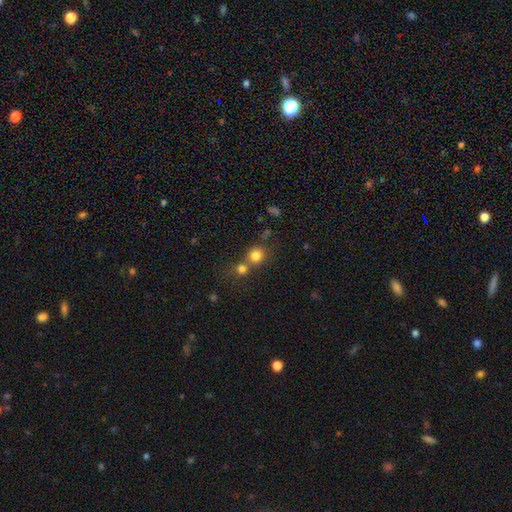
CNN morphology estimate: Smooth or featured? Predicted: smooth (p=0.79). How rounded? Predicted: round (p=0.86). Merging? Predicted: none (p=0.49).